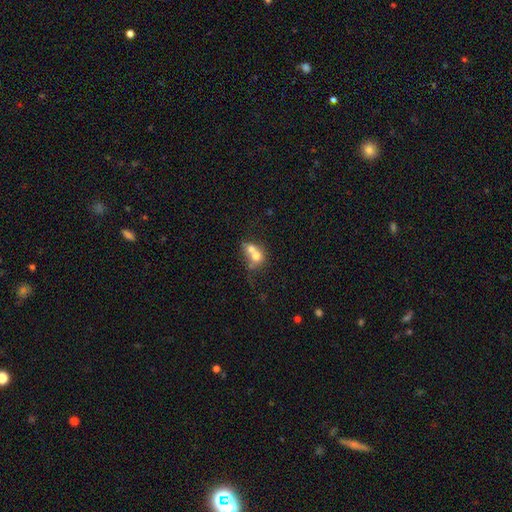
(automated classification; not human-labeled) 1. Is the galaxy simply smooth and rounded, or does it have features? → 64% smooth, 26% featured or disk, 10% star or artifact.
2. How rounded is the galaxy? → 59% round, 39% in between, 1% cigar-shaped.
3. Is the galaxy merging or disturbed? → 71% merger, 18% none, 6% minor disturbance, 4% major disturbance.